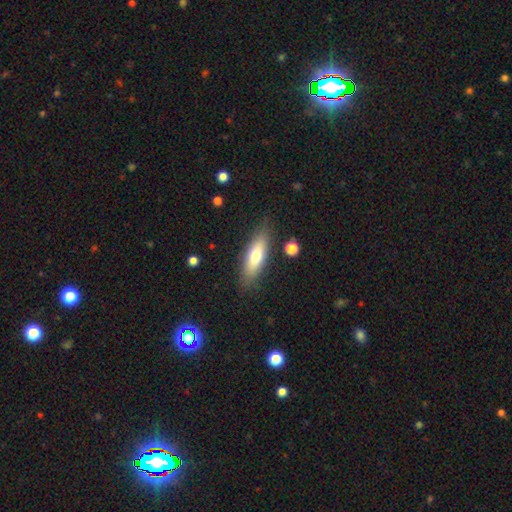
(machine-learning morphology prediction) Smooth or featured? Predicted: smooth (p=0.65). How rounded? Predicted: in between (p=0.53). Merging? Predicted: none (p=0.83).